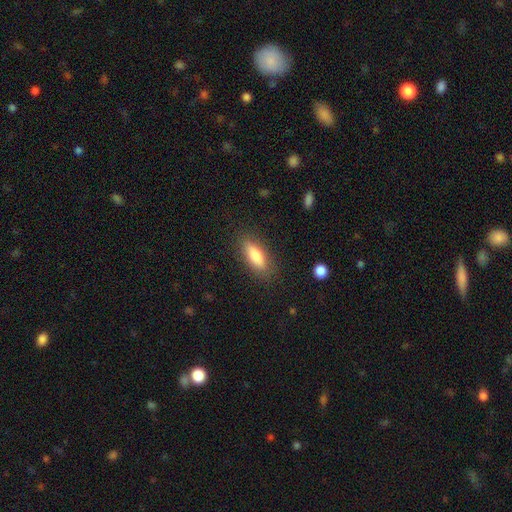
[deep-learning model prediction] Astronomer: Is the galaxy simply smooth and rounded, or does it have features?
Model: smooth — 79%.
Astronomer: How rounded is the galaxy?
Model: in between — 58% (runner-up: cigar-shaped, 40%).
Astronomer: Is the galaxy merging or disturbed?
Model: none — 85%.